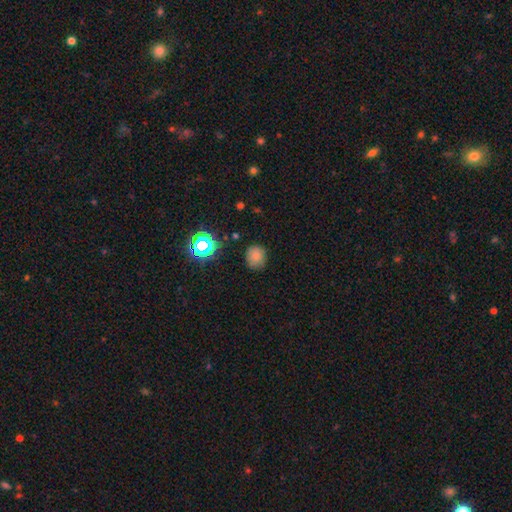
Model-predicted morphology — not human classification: The model was most divided on "how rounded": round: 76%, in between: 23%, cigar-shaped: 1%. More confident: merging — none (78%); smooth or featured — smooth (76%).